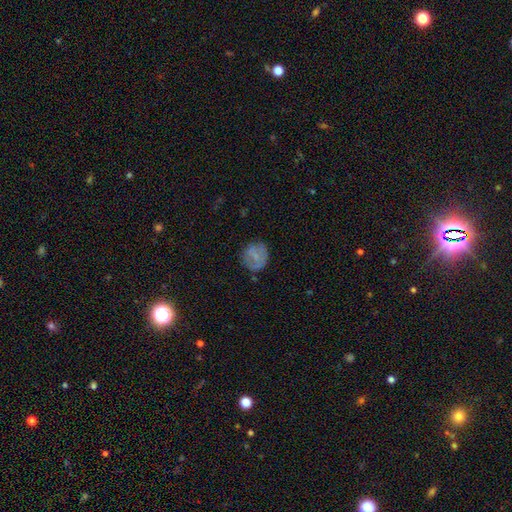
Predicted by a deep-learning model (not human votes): A smooth galaxy with no disk features (63%) that is round (84%). Merging: none (73%).